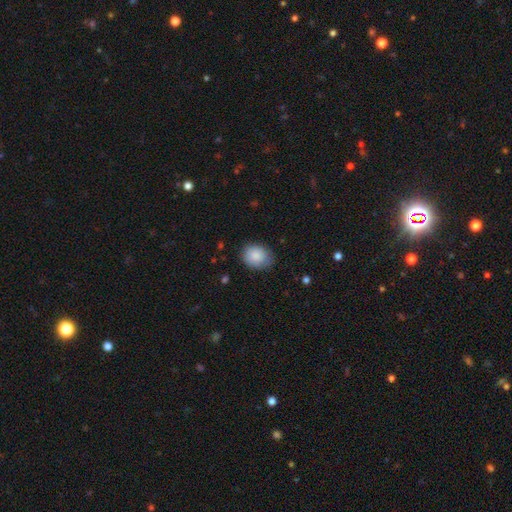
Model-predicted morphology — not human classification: Smooth or featured? Predicted: smooth (p=0.87). How rounded? Predicted: round (p=0.50). Merging? Predicted: none (p=0.79).